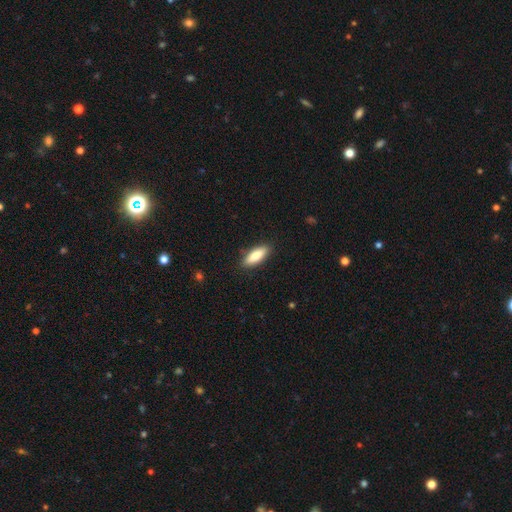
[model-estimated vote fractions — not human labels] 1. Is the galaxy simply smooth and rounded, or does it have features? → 82% smooth, 12% featured or disk, 6% star or artifact.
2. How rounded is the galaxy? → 64% in between, 34% cigar-shaped, 2% round.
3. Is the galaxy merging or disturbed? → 87% none, 10% minor disturbance, 2% major disturbance, 1% merger.